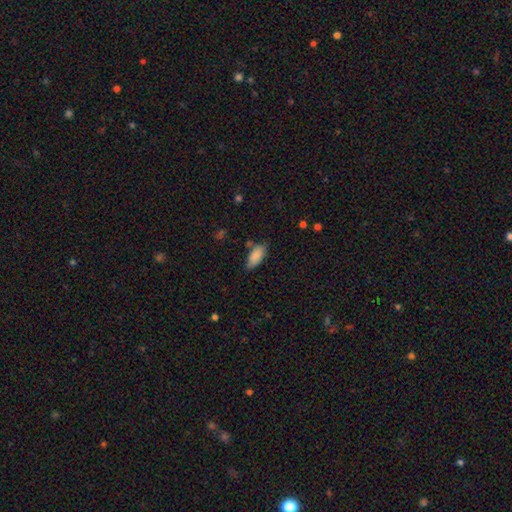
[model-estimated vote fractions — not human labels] A smooth galaxy with no disk features (87%) that is in between round and cigar-shaped (88%).

Vote fractions:
- Smooth or featured? smooth: 87% / star or artifact: 7% / featured or disk: 6%
- How rounded? in between: 88% / cigar-shaped: 10% / round: 2%
- Merging? none: 65% / minor disturbance: 25% / merger: 5% / major disturbance: 5%